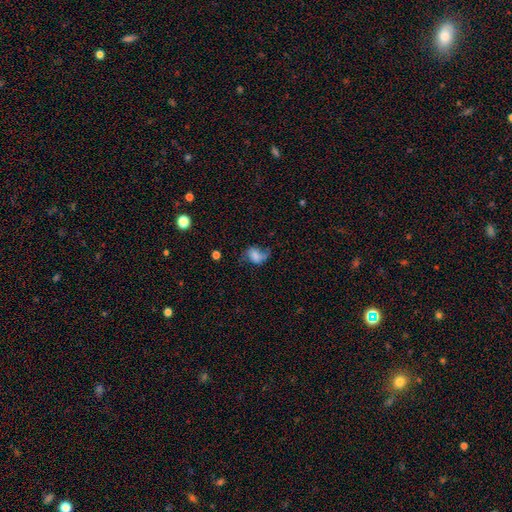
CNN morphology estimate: Smooth or featured? Predicted: smooth (p=0.56). How rounded? Predicted: in between (p=0.72). Merging? Predicted: none (p=0.38).